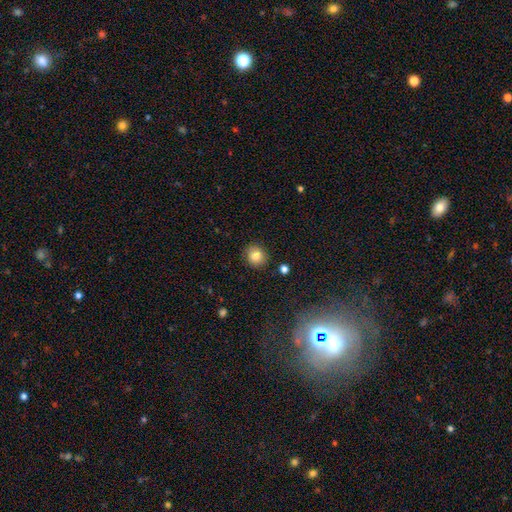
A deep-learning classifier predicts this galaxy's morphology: Smooth or featured? Predicted: smooth (p=0.83). How rounded? Predicted: round (p=0.87). Merging? Predicted: none (p=0.88).